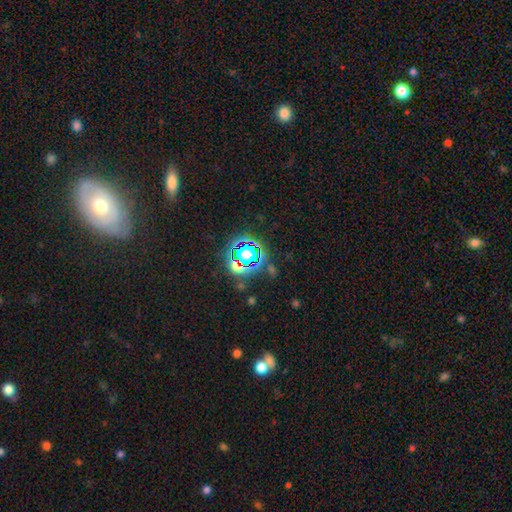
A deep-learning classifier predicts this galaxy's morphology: A star or artifact, not a galaxy (67%).